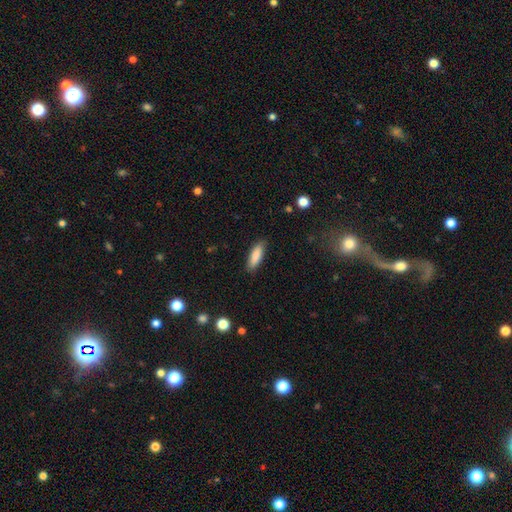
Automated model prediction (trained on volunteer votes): Q: Smooth or featured?
A: smooth (86%); runner-up: featured or disk (7%)
Q: How rounded?
A: in between (57%); runner-up: cigar-shaped (42%)
Q: Merging?
A: none (85%); runner-up: minor disturbance (12%)